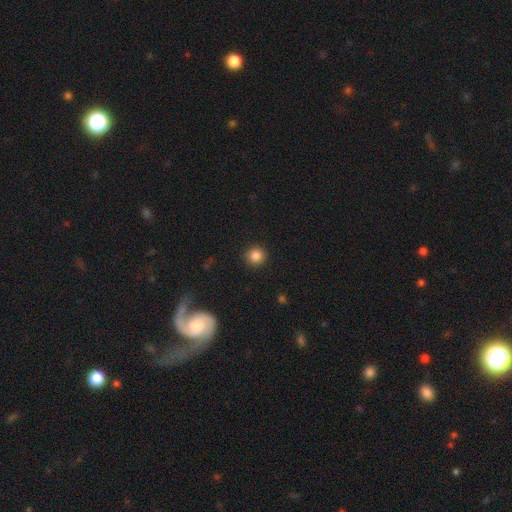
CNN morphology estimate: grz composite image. It shows a smooth galaxy with no disk features (85%) that is round (94%). Merging: none (91%).